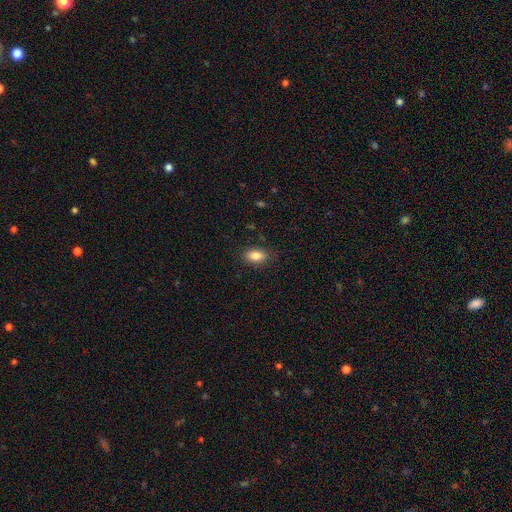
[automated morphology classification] Q: Smooth or featured?
A: smooth (85%); runner-up: star or artifact (8%)
Q: How rounded?
A: in between (89%); runner-up: round (7%)
Q: Merging?
A: none (85%); runner-up: minor disturbance (11%)